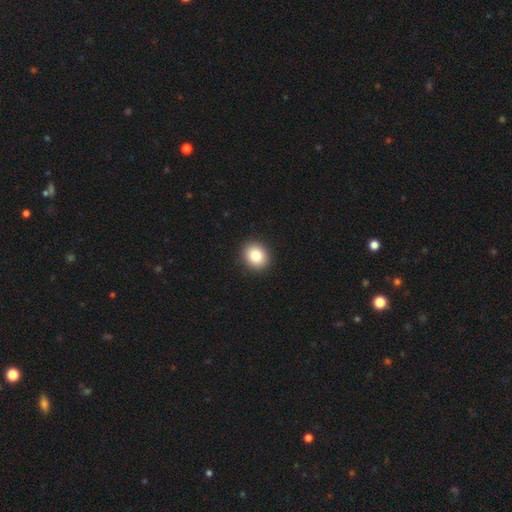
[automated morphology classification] Smooth or featured? smooth (84%)
How rounded? round (73%)
Merging? none (92%)